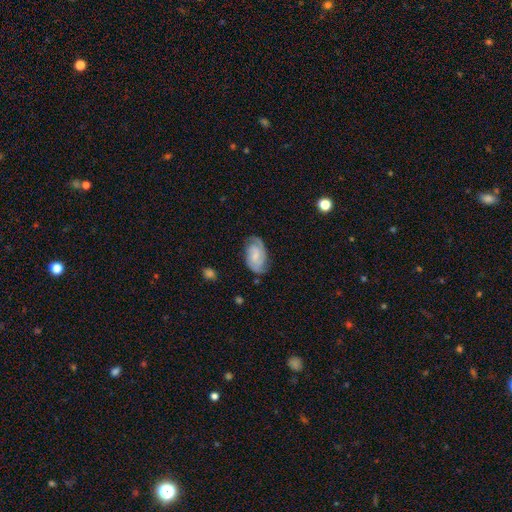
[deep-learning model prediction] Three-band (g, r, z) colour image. It shows a featured or disk galaxy (74%) with a weak bar (46%), 2 (71%) tight (51%) spiral arms (95%) and a small central bulge (52%). Merging: none (74%).